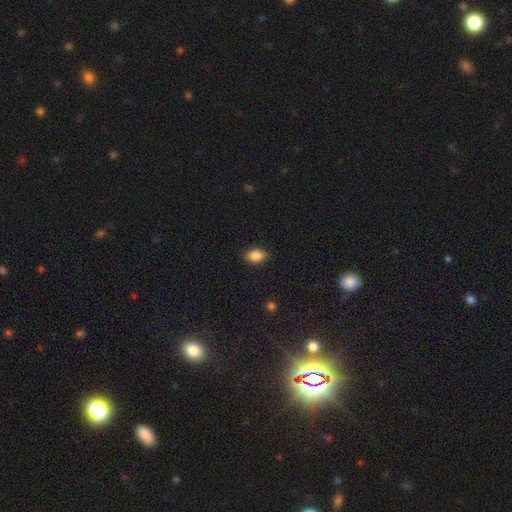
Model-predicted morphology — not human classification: Smooth or featured?
  - smooth: 87% *
  - star or artifact: 8%
  - featured or disk: 4%
How rounded?
  - in between: 82% *
  - round: 16%
  - cigar-shaped: 2%
Merging?
  - none: 86% *
  - minor disturbance: 11%
  - major disturbance: 2%
  - merger: 1%